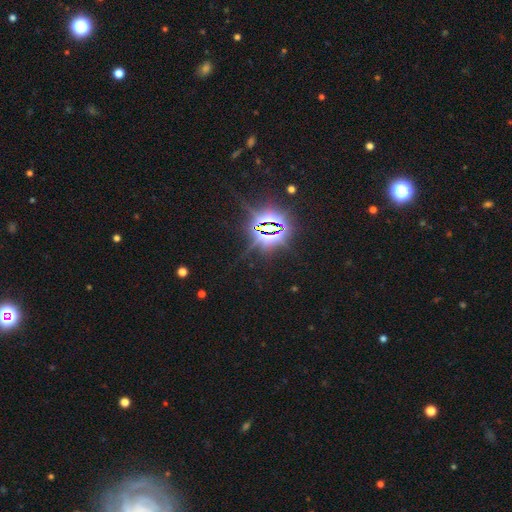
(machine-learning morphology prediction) Q: Smooth or featured?
A: star or artifact (84%); runner-up: smooth (9%)